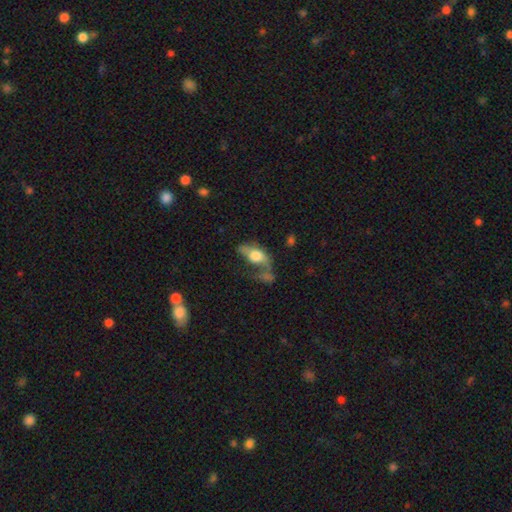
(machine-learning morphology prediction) Smooth or featured? Predicted: smooth (p=0.53). How rounded? Predicted: in between (p=0.82). Merging? Predicted: major disturbance (p=0.32).